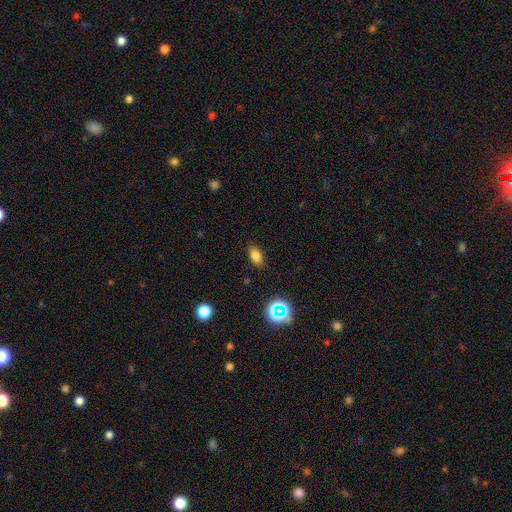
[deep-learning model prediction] Morphology: type=smooth (79%); roundness=in between (86%); merging=none (86%).